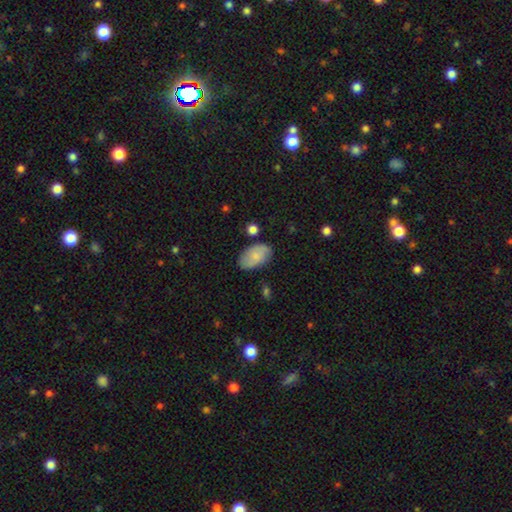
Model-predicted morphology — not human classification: type=smooth (69%); roundness=in between (93%); merging=none (77%).